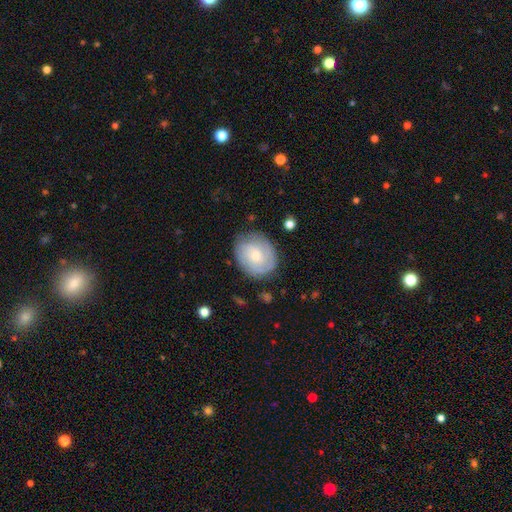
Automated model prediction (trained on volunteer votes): smooth-or-featured: featured or disk: 61% | smooth: 33% | star or artifact: 6%
  disk-edge-on: no: 97% | yes: 3%
    bar: no: 69% | weak: 28% | strong: 3%
    has-spiral-arms: yes: 89% | no: 11%
      spiral-winding: tight: 61% | medium: 30% | loose: 9%
      spiral-arm-count: can't tell: 36% | 2: 30% | 3: 19% | 4: 6% | 1: 5% | more than 4: 4%
    bulge-size: small: 52% | moderate: 42% | large: 3% | none: 2% | dominant: 1%
  merging: none: 78% | minor disturbance: 16% | major disturbance: 5% | merger: 1%